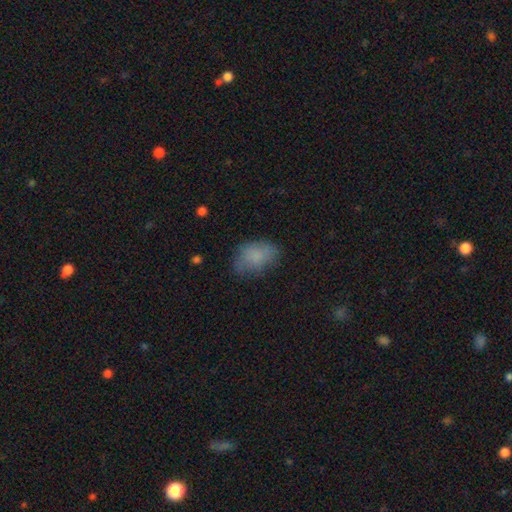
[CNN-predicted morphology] A smooth galaxy with no disk features (79%) that is in between round and cigar-shaped (83%). Merging: none (64%).